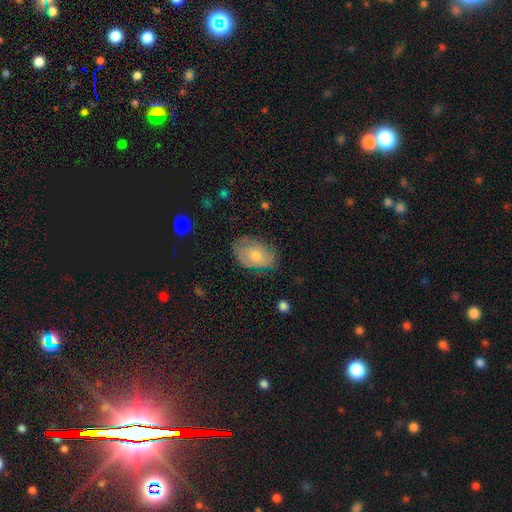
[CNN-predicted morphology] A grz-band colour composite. It shows a smooth galaxy with no disk features (49%). Merging: none (68%).